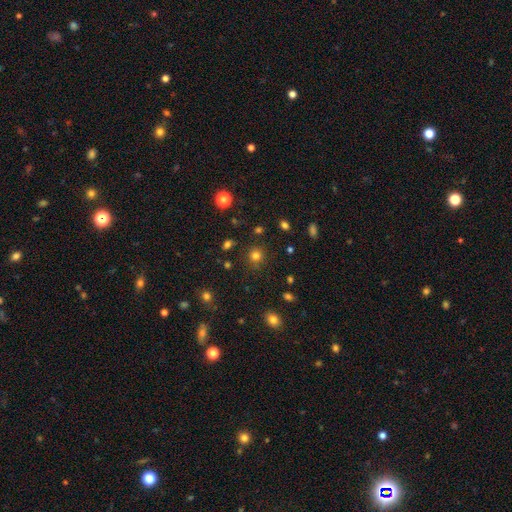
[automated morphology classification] type=smooth (78%); roundness=round (90%); merging=none (87%).